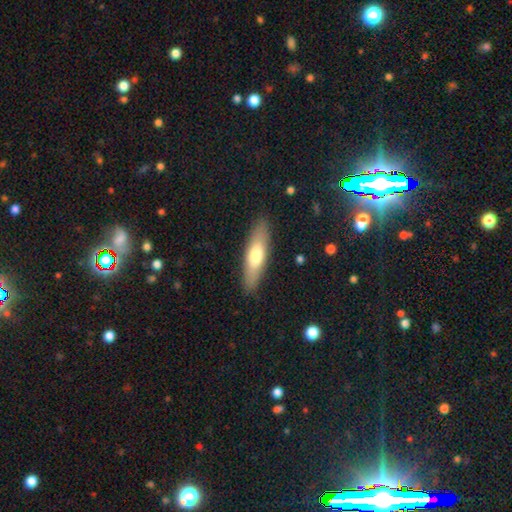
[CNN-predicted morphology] Smooth or featured: smooth — 64% (featured or disk — 30%)
How rounded: cigar-shaped — 60% (in between — 38%)
Merging: none — 88% (minor disturbance — 9%)